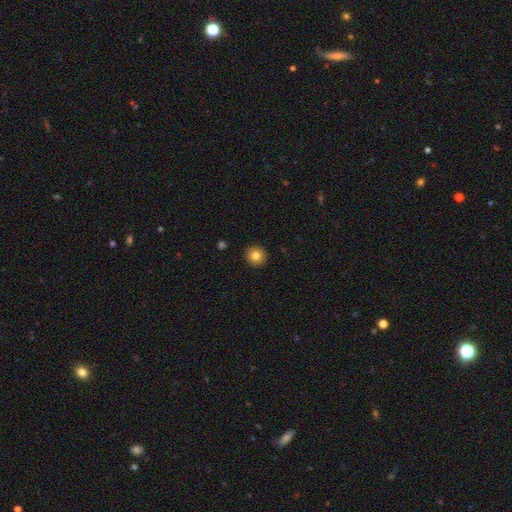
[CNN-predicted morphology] Smooth or featured? Predicted: smooth (p=0.81). How rounded? Predicted: round (p=0.95). Merging? Predicted: none (p=0.93).